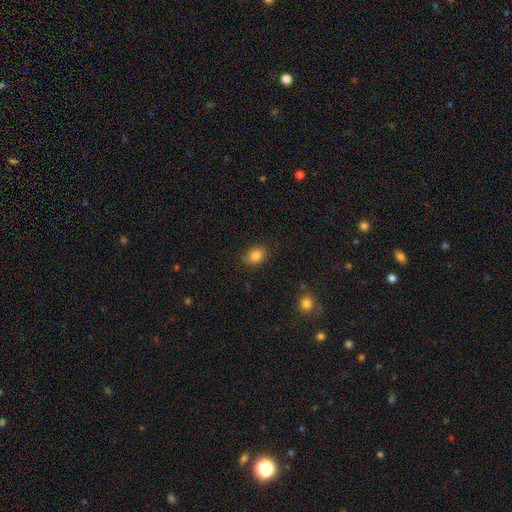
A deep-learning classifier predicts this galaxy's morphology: smooth-or-featured: smooth: 84% | star or artifact: 10% | featured or disk: 6%
  how-rounded: in between: 60% | round: 39% | cigar-shaped: 1%
  merging: none: 79% | minor disturbance: 16% | major disturbance: 3% | merger: 1%